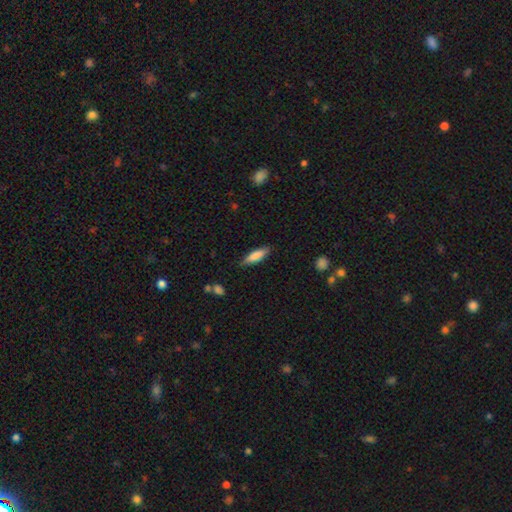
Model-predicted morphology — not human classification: This is likely a smooth galaxy (77%). How rounded: likely cigar-shaped (62%). Merging: clearly none (84%).